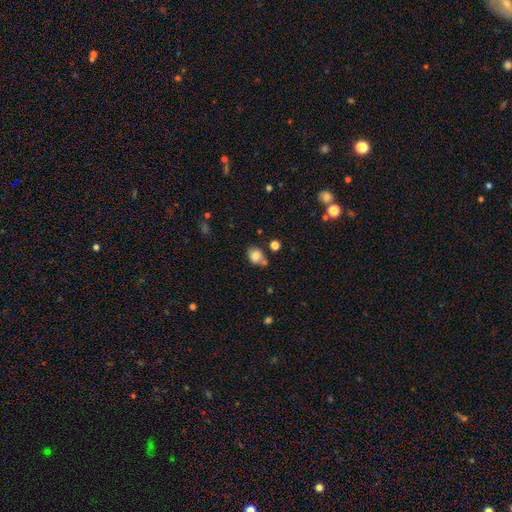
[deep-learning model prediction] smooth 75%, featured or disk 14%, star or artifact 10%. Down the decision tree: how rounded — in between (58%); merging — none (49%).